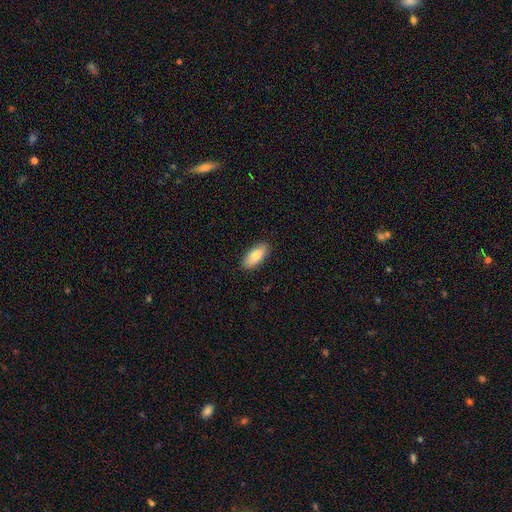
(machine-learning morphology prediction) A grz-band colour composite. It shows a smooth galaxy with no disk features (79%) that is in between round and cigar-shaped (84%). Merging: none (89%).